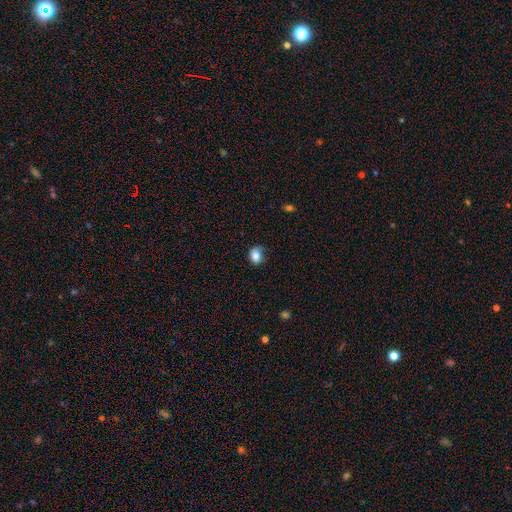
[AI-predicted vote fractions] Overall: smooth (84%). How rounded: round (53%; in between 46%). Merging: none (60%; minor disturbance 30%).